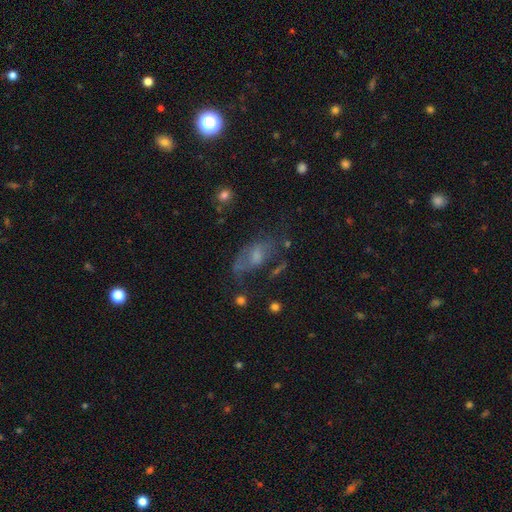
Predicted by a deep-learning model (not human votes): Smooth or featured: featured or disk — 47% (smooth — 35%)
Merging: none — 45% (major disturbance — 26%)